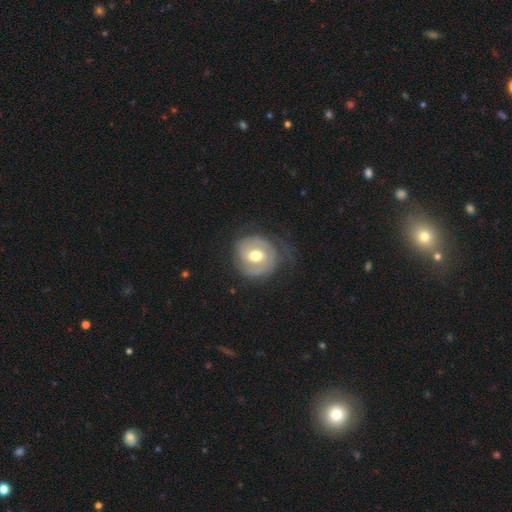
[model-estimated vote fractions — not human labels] Q: Smooth or featured?
A: featured or disk (70%); runner-up: smooth (25%)
Q: Edge-on disk?
A: no (97%); runner-up: yes (3%)
Q: Bar?
A: no (45%); runner-up: weak (42%)
Q: Spiral arms?
A: yes (77%); runner-up: no (23%)
Q: Spiral winding?
A: tight (53%); runner-up: medium (32%)
Q: Spiral arm count?
A: 2 (61%); runner-up: can't tell (18%)
Q: Bulge size?
A: moderate (76%); runner-up: large (14%)
Q: Merging?
A: none (64%); runner-up: minor disturbance (22%)